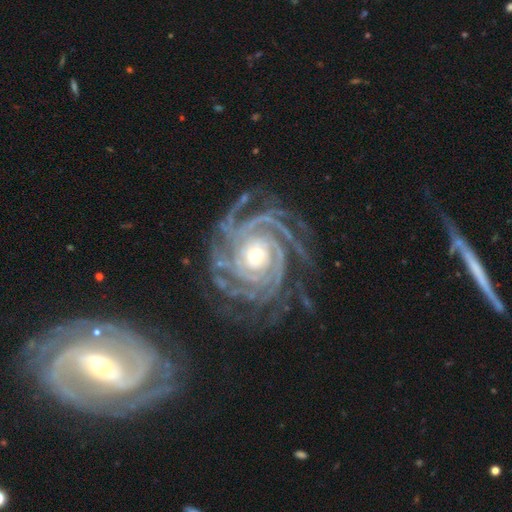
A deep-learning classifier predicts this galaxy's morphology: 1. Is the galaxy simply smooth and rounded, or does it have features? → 93% featured or disk, 5% star or artifact, 3% smooth.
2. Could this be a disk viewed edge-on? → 98% no, 2% yes.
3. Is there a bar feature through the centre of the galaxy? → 72% no, 17% weak, 11% strong.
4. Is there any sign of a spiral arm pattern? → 99% yes, 1% no.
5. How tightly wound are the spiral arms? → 79% tight, 18% medium, 3% loose.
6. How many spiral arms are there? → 42% more than 4, 21% 4, 11% can't tell, 11% 3, 8% 2, 7% 1.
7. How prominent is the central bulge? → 53% moderate, 40% small, 6% large, 1% none, 1% dominant.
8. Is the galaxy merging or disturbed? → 70% none, 16% minor disturbance, 12% major disturbance, 2% merger.